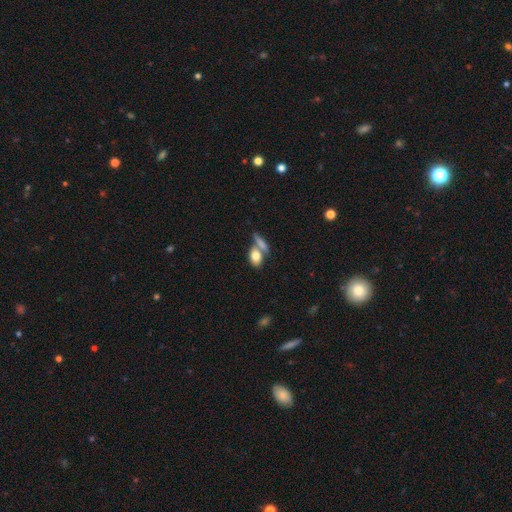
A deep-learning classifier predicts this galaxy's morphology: This is likely a smooth galaxy (77%). How rounded: likely in between (77%). Merging: possibly none (47%).